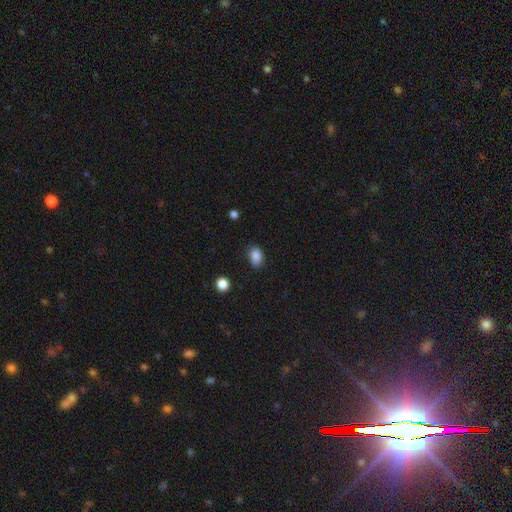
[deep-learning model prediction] Morphology: type=smooth (86%); roundness=in between (77%); merging=none (75%).